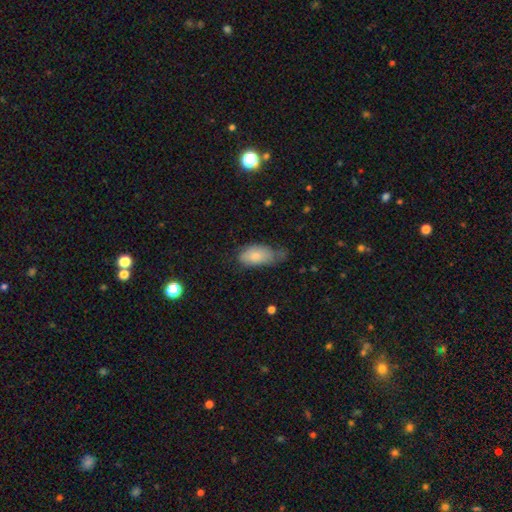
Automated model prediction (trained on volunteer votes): Smooth or featured? Predicted: smooth (p=0.78). How rounded? Predicted: in between (p=0.92). Merging? Predicted: minor disturbance (p=0.43).